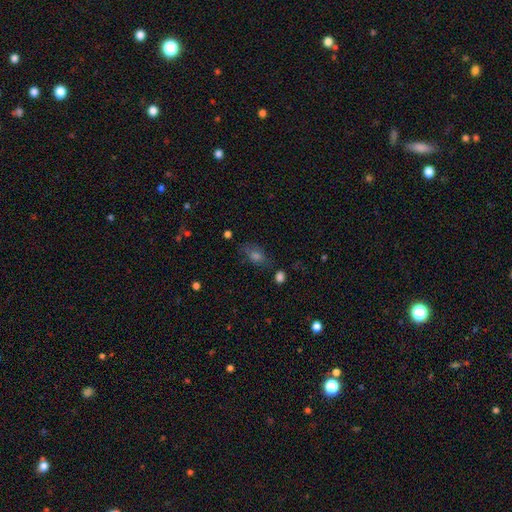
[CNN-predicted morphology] This appears to be a smooth galaxy with no disk features (54%) that is in between round and cigar-shaped (76%). Merging: none (71%).